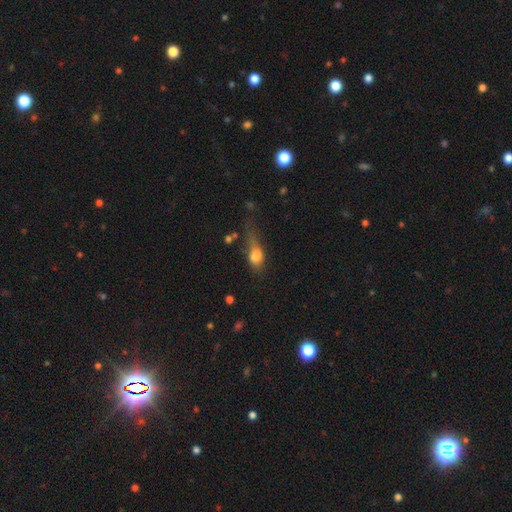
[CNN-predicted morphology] A smooth galaxy with no disk features (73%) that is in between round and cigar-shaped (72%).

Vote fractions:
- Smooth or featured? smooth: 73% / featured or disk: 17% / star or artifact: 10%
- How rounded? in between: 72% / round: 17% / cigar-shaped: 11%
- Merging? major disturbance: 48% / minor disturbance: 23% / none: 21% / merger: 8%